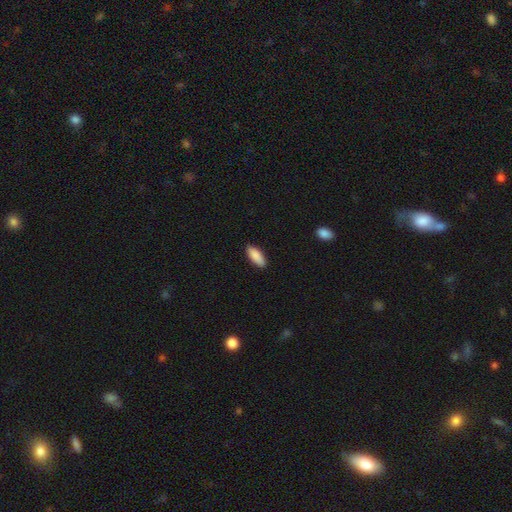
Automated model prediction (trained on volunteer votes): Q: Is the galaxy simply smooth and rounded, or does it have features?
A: smooth — 89%.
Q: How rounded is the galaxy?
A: in between — 78%.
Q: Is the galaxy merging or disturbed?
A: none — 88%.